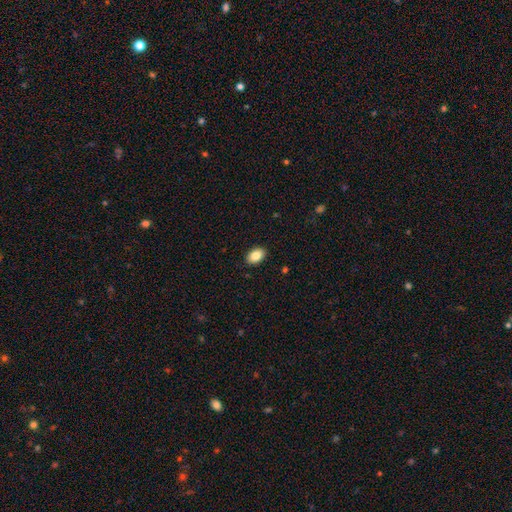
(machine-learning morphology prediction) A smooth galaxy with no disk features (85%) that is in between round and cigar-shaped (89%). Merging: none (89%).